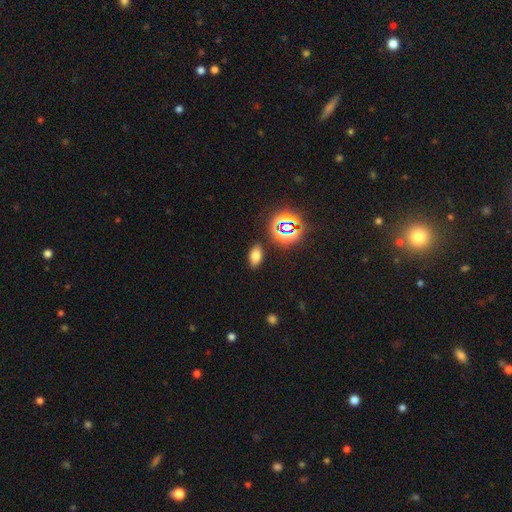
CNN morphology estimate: A smooth galaxy with no disk features (69%) that is in between round and cigar-shaped (89%).

Vote fractions:
- Smooth or featured? smooth: 69% / star or artifact: 23% / featured or disk: 8%
- How rounded? in between: 89% / round: 8% / cigar-shaped: 3%
- Merging? none: 87% / minor disturbance: 9% / major disturbance: 3% / merger: 2%